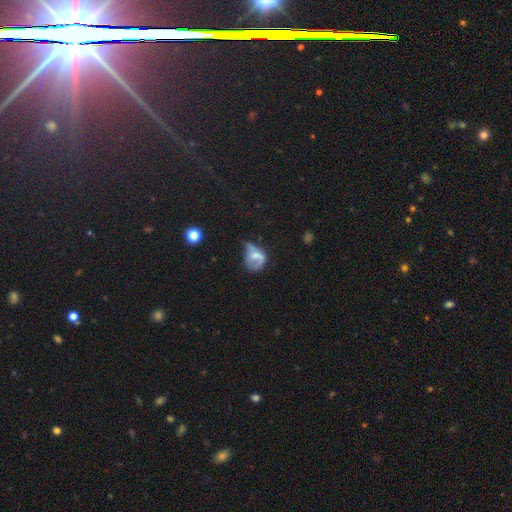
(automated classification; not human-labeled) Smooth or featured?
  - smooth: 49% *
  - featured or disk: 38%
  - star or artifact: 13%
Merging?
  - major disturbance: 39% *
  - minor disturbance: 26%
  - none: 24%
  - merger: 11%